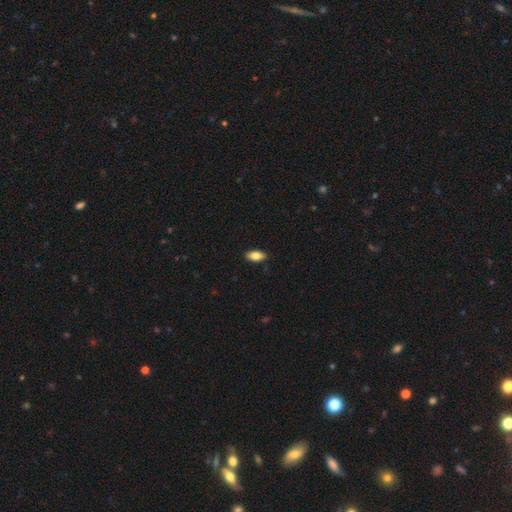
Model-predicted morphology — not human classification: A smooth galaxy with no disk features (81%) that is in between round and cigar-shaped (89%). Merging: none (89%).